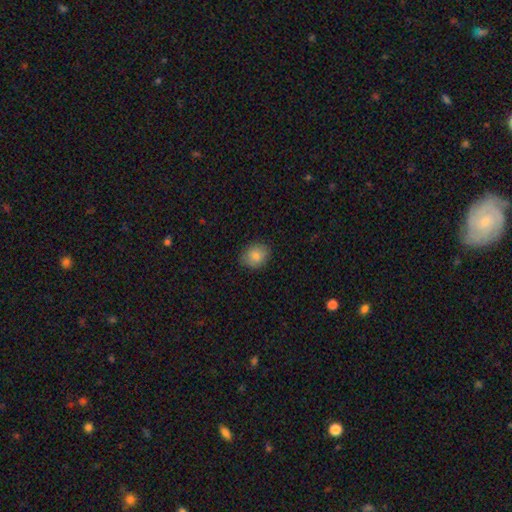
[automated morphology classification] smooth-or-featured: smooth: 82% | star or artifact: 9% | featured or disk: 9%
  how-rounded: round: 55% | in between: 44% | cigar-shaped: 1%
  merging: none: 85% | minor disturbance: 12% | major disturbance: 2% | merger: 1%